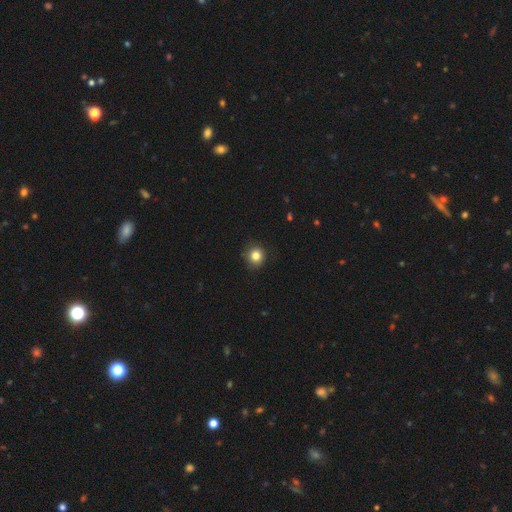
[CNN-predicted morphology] smooth_or_featured: smooth (p=0.83) [alt: star or artifact p=0.12]
how_rounded: round (p=0.91) [alt: in between p=0.08]
merging: none (p=0.89) [alt: minor disturbance p=0.08]